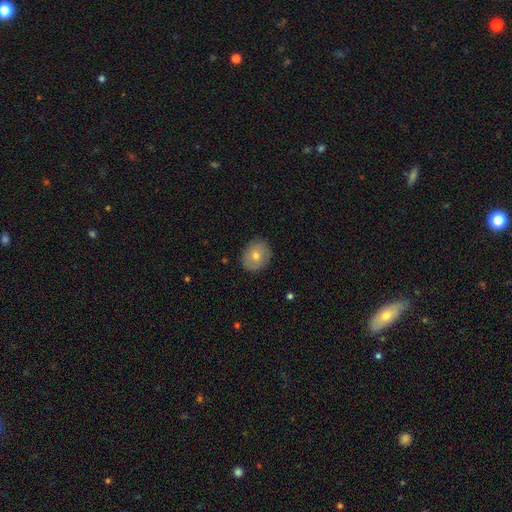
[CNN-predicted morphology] A smooth galaxy with no disk features (63%) that is round (60%).

Vote fractions:
- Smooth or featured? smooth: 63% / featured or disk: 28% / star or artifact: 9%
- How rounded? round: 60% / in between: 39% / cigar-shaped: 1%
- Merging? none: 85% / minor disturbance: 12% / major disturbance: 3% / merger: 1%